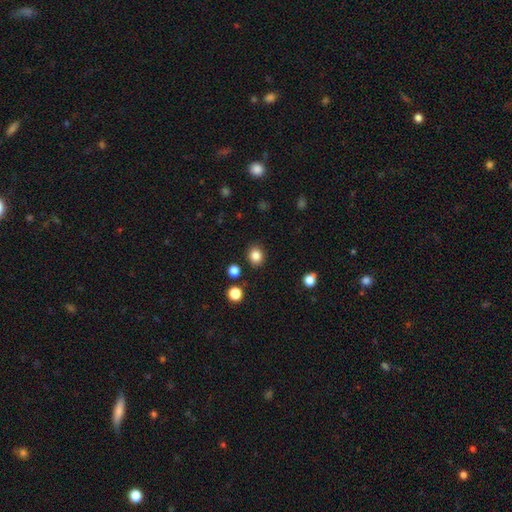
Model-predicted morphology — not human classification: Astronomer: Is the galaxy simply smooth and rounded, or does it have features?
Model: smooth — 84%.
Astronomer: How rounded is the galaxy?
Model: round — 74%.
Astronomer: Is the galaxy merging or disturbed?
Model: none — 88%.